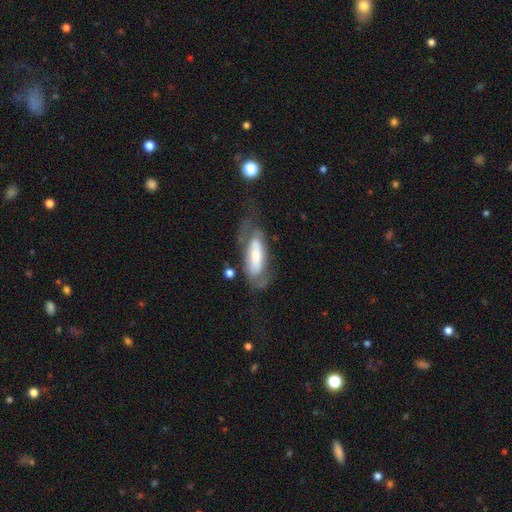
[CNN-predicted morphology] smooth_or_featured: featured or disk (p=0.51) [alt: smooth p=0.43]
disk_edge_on: no (p=0.78) [alt: yes p=0.22]
merging: none (p=0.41) [alt: major disturbance p=0.31]